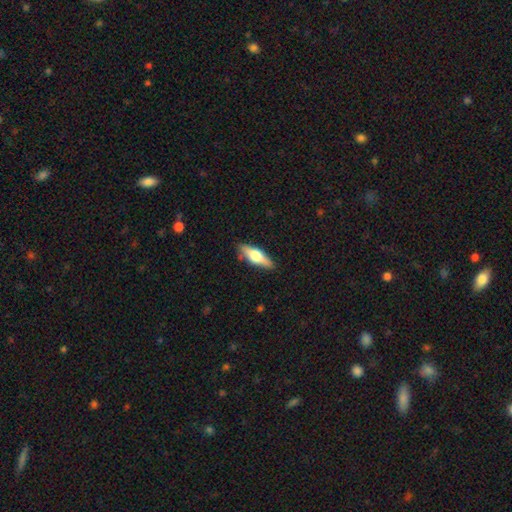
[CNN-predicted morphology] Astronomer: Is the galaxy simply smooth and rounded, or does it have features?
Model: smooth — 47%, tied with featured or disk at 47%.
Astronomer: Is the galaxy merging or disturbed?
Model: none — 85%.